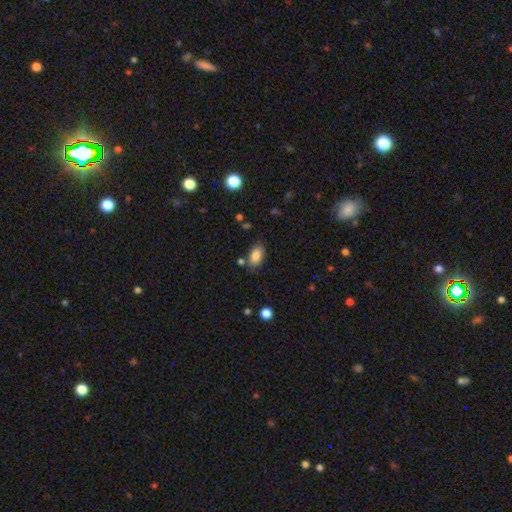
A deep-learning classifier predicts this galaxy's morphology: A smooth galaxy with no disk features (85%) that is in between round and cigar-shaped (92%).

Vote fractions:
- Smooth or featured? smooth: 85% / star or artifact: 8% / featured or disk: 7%
- How rounded? in between: 92% / round: 4% / cigar-shaped: 3%
- Merging? none: 78% / minor disturbance: 14% / merger: 5% / major disturbance: 3%